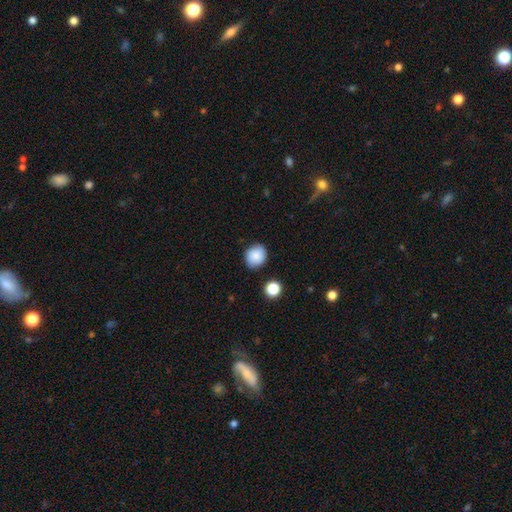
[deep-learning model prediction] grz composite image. It shows a smooth galaxy with no disk features (86%) that is round (77%). Merging: none (84%).